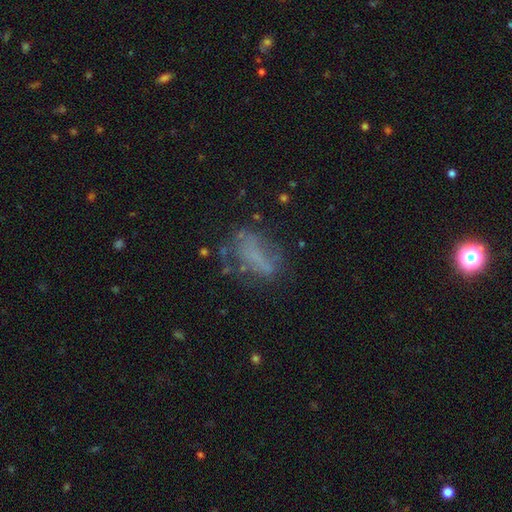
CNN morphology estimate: Smooth or featured? featured or disk (42%)
Merging? none (48%)